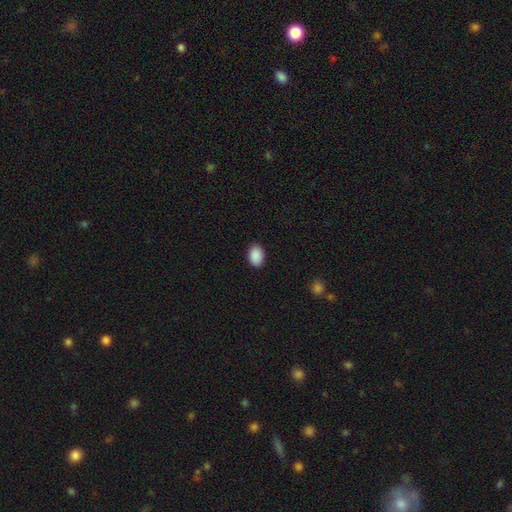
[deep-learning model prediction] A smooth galaxy with no disk features (90%) that is in between round and cigar-shaped (82%).

Vote fractions:
- Smooth or featured? smooth: 90% / star or artifact: 7% / featured or disk: 2%
- How rounded? in between: 82% / round: 17% / cigar-shaped: 1%
- Merging? none: 89% / minor disturbance: 8% / major disturbance: 2% / merger: 1%